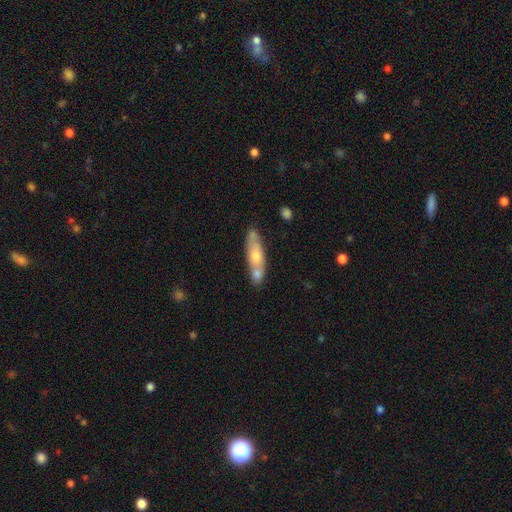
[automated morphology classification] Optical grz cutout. It shows a smooth galaxy with no disk features (51%) that is cigar-shaped (72%). Merging: none (55%).